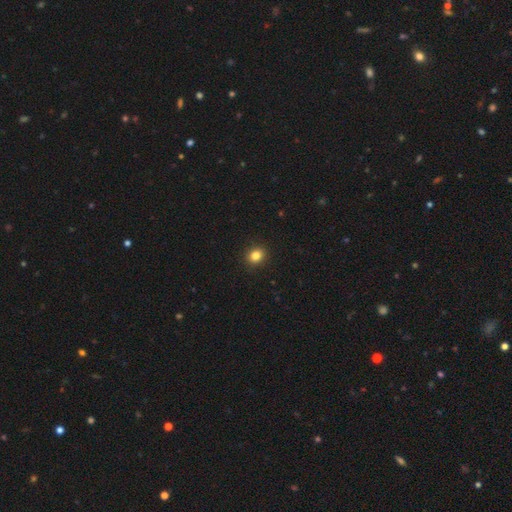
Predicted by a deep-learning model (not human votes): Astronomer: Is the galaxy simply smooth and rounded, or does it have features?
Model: smooth — 83%.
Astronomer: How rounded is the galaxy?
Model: round — 68%.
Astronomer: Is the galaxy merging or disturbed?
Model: none — 92%.